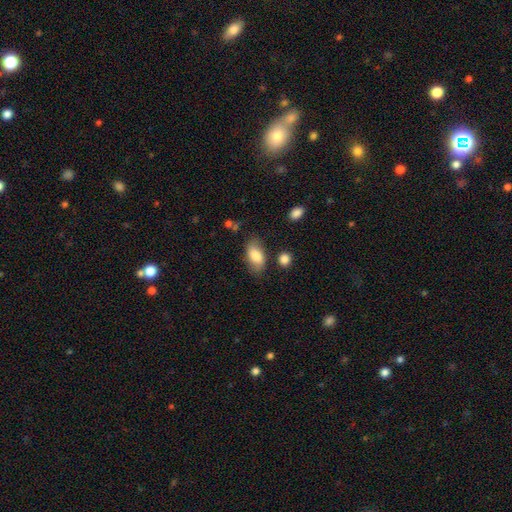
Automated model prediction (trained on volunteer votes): A smooth galaxy with no disk features (78%) that is in between round and cigar-shaped (91%). Merging: none (72%).